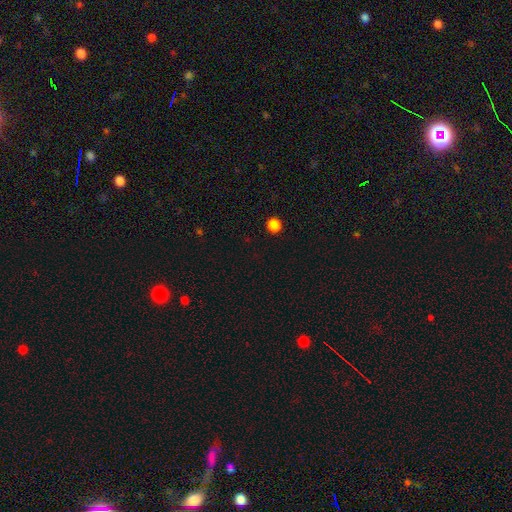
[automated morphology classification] Overall: smooth (60%; star or artifact 36%). How rounded: round (91%). Merging: none (91%).